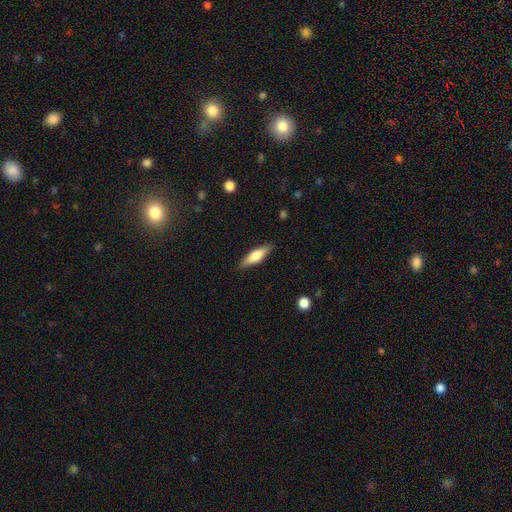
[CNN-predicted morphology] type=smooth (56%); roundness=cigar-shaped (62%); merging=none (88%).